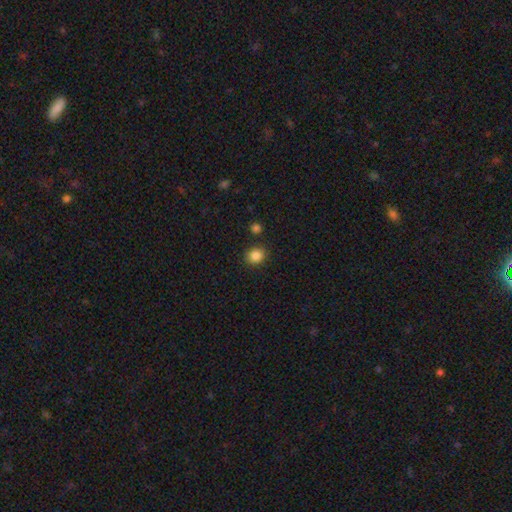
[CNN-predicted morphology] A smooth galaxy with no disk features (86%) that is round (74%). Merging: none (86%).